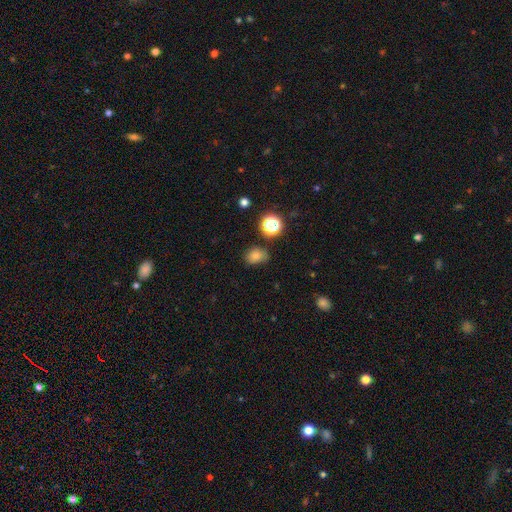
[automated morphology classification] The model was most divided on "how rounded": in between: 50%, round: 49%, cigar-shaped: 1%. More confident: merging — none (77%); smooth or featured — smooth (70%).